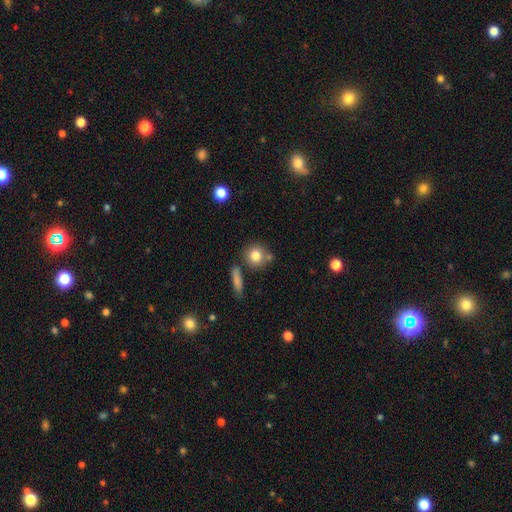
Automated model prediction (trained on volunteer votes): The model was most divided on "merging": none: 69%, merger: 15%, minor disturbance: 12%, major disturbance: 4%. More confident: how rounded — round (84%); smooth or featured — smooth (80%).